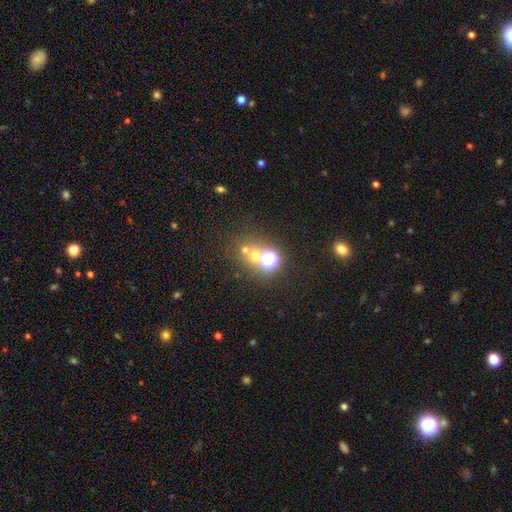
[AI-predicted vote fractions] Smooth or featured: smooth — 47% (star or artifact — 39%)
Merging: none — 58% (merger — 30%)